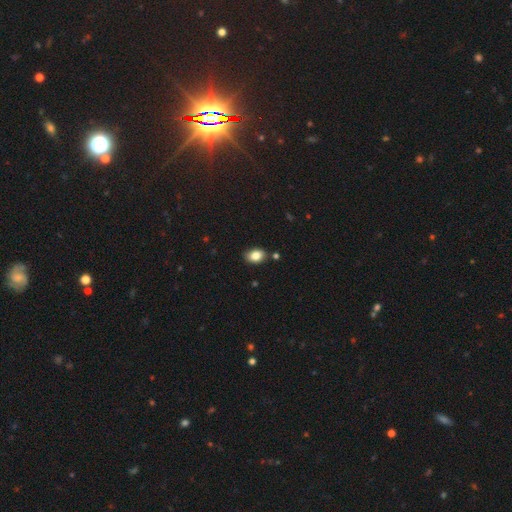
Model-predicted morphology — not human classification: type=smooth (84%); roundness=in between (80%); merging=none (83%).